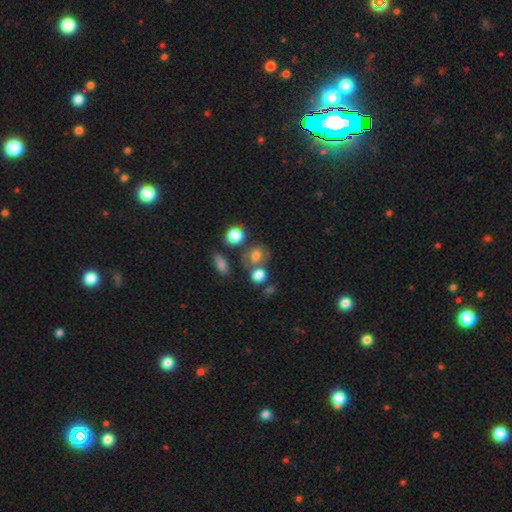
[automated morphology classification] smooth_or_featured: smooth (p=0.65) [alt: featured or disk p=0.22]
how_rounded: round (p=0.56) [alt: in between p=0.42]
merging: none (p=0.43) [alt: merger p=0.30]